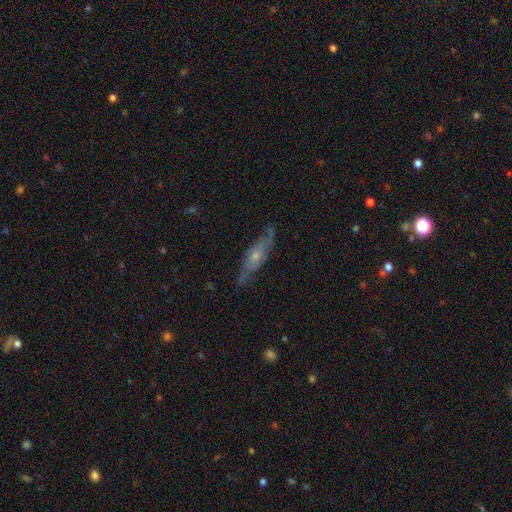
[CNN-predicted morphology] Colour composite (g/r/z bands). It shows a featured or disk galaxy (68%). Merging: none (70%).